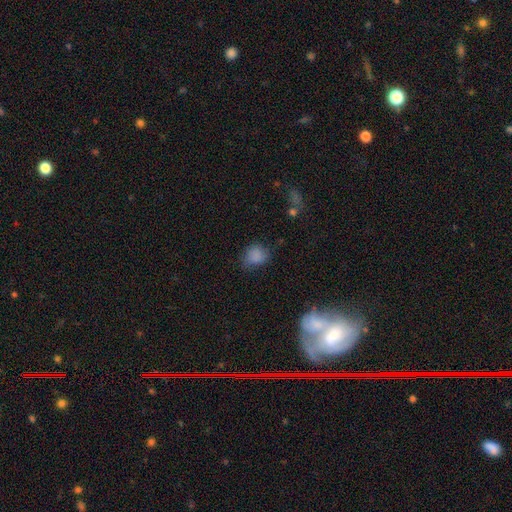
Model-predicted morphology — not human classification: Smooth or featured?
  - smooth: 83% *
  - star or artifact: 11%
  - featured or disk: 6%
How rounded?
  - round: 68% *
  - in between: 30%
  - cigar-shaped: 1%
Merging?
  - none: 68% *
  - minor disturbance: 24%
  - major disturbance: 7%
  - merger: 2%